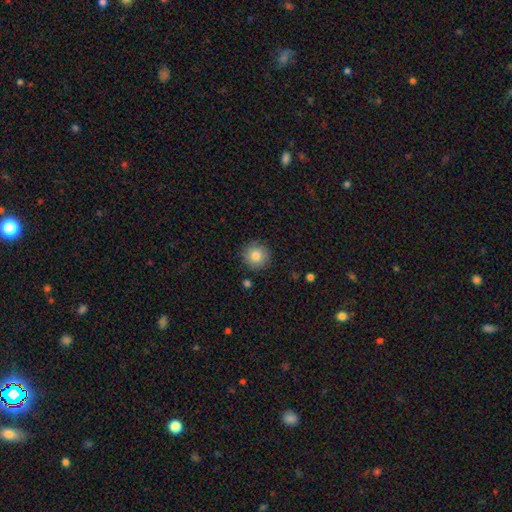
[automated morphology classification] Smooth or featured: smooth — 83% (star or artifact — 9%)
How rounded: round — 94% (in between — 5%)
Merging: none — 87% (minor disturbance — 9%)